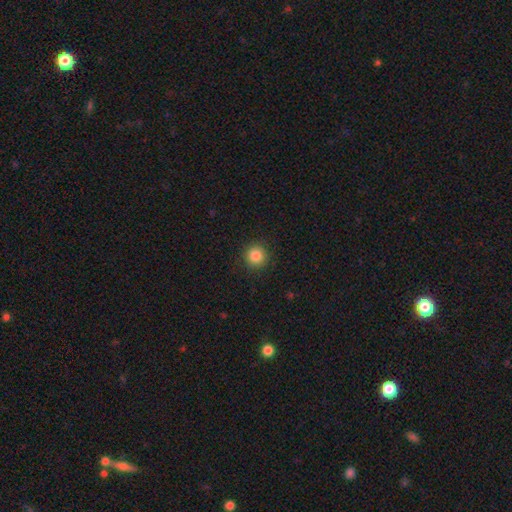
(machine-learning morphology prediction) type=smooth (84%); roundness=round (94%); merging=none (92%).